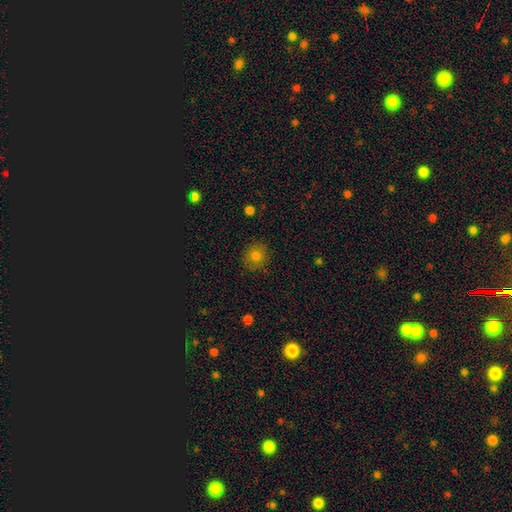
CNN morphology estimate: smooth 79%, star or artifact 11%, featured or disk 10%. Down the decision tree: how rounded — round (82%); merging — none (87%).